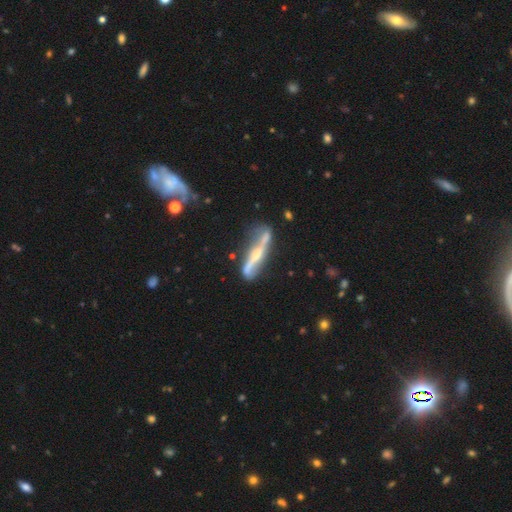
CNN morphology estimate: Overall: featured or disk (78%). Edge-on disk: yes (61%; no 39%). Merging: none (62%; minor disturbance 22%).